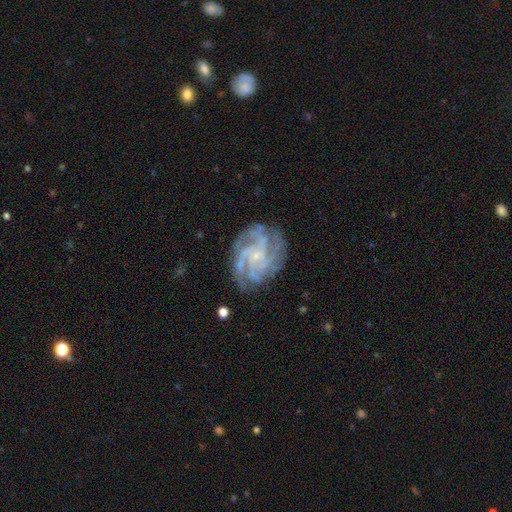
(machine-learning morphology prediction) Smooth or featured: featured or disk — 87% (star or artifact — 8%)
Edge-on disk: no — 98% (yes — 2%)
Bar: no — 61% (weak — 30%)
Spiral arms: yes — 98% (no — 2%)
Spiral winding: tight — 65% (medium — 30%)
Spiral arm count: 4 — 38% (more than 4 — 17%)
Bulge size: small — 74% (moderate — 13%)
Merging: none — 80% (minor disturbance — 14%)